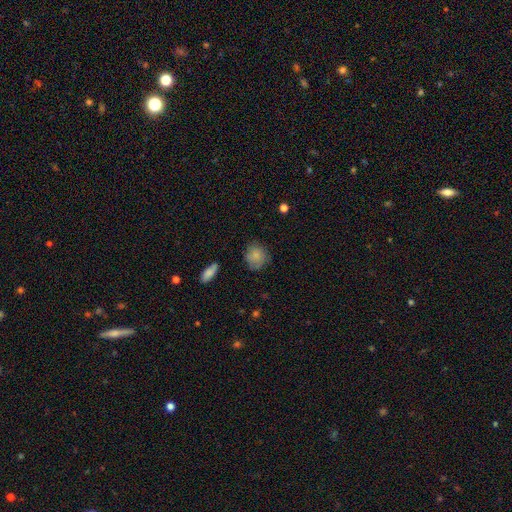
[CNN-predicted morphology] type=smooth (81%); roundness=round (77%); merging=none (71%).